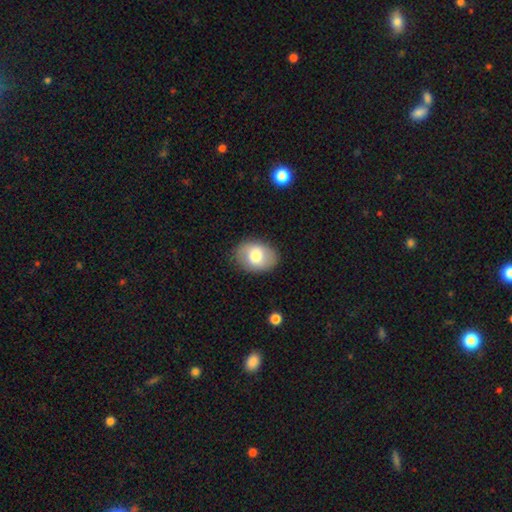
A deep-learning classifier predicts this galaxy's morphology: This is likely a smooth galaxy (73%). How rounded: likely in between (75%). Merging: clearly none (86%).